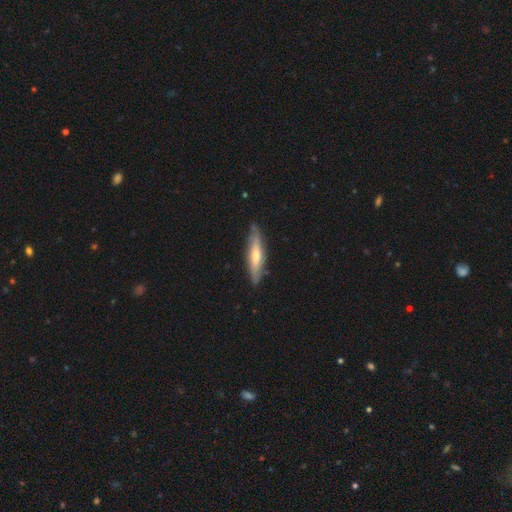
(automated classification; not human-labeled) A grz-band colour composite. It shows a featured or disk galaxy (52%) viewed edge-on (72%). Merging: none (81%).